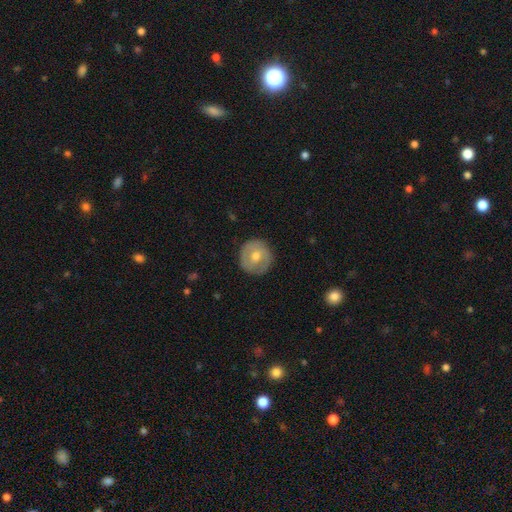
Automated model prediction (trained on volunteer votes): smooth-or-featured: smooth: 48% | featured or disk: 46% | star or artifact: 6%
  merging: none: 85% | minor disturbance: 11% | major disturbance: 3% | merger: 1%